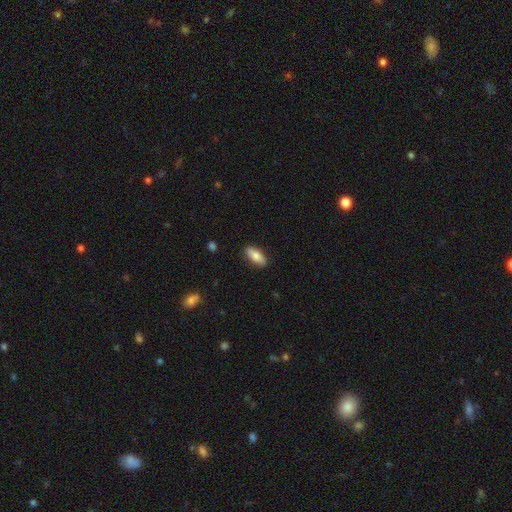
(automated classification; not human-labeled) Morphology: type=smooth (76%); roundness=in between (77%); merging=none (85%).